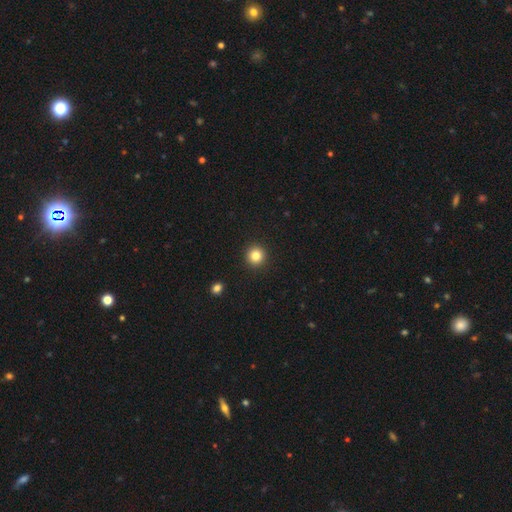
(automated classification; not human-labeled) Smooth or featured?
  - smooth: 83% *
  - star or artifact: 12%
  - featured or disk: 6%
How rounded?
  - round: 95% *
  - in between: 4%
  - cigar-shaped: 1%
Merging?
  - none: 93% *
  - minor disturbance: 4%
  - major disturbance: 2%
  - merger: 1%